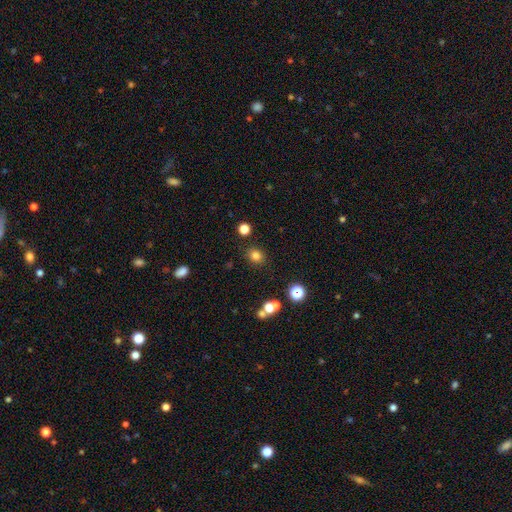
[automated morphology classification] Smooth or featured? Predicted: smooth (p=0.79). How rounded? Predicted: round (p=0.68). Merging? Predicted: none (p=0.86).